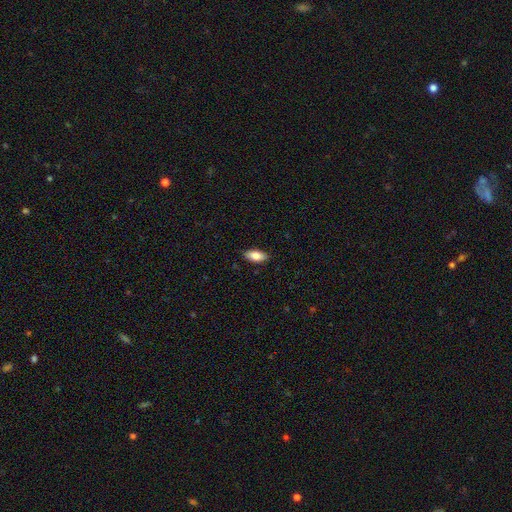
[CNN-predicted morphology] Smooth or featured? Predicted: smooth (p=0.82). How rounded? Predicted: in between (p=0.88). Merging? Predicted: none (p=0.88).